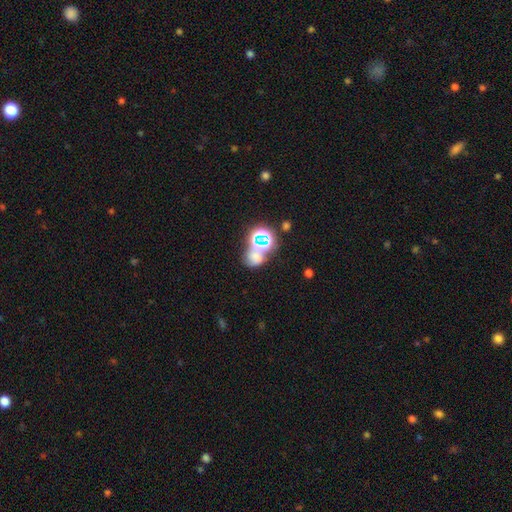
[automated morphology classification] Q: Smooth or featured?
A: smooth (44%); runner-up: star or artifact (43%)
Q: Merging?
A: none (43%); runner-up: merger (35%)